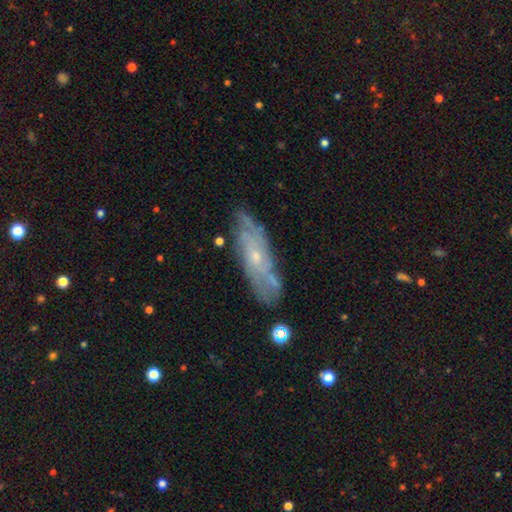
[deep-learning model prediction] This appears to be a featured or disk galaxy (73%) with no bar (76%), spiral arms (80%) and a small central bulge (69%). Merging: none (71%).